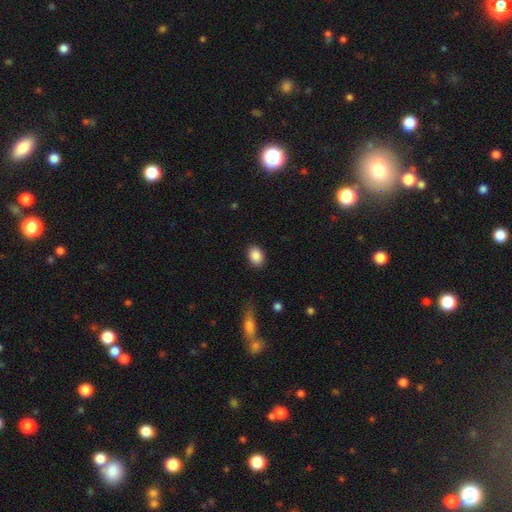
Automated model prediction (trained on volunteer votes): This appears to be a smooth galaxy with no disk features (89%) that is in between round and cigar-shaped (76%). Merging: none (87%).